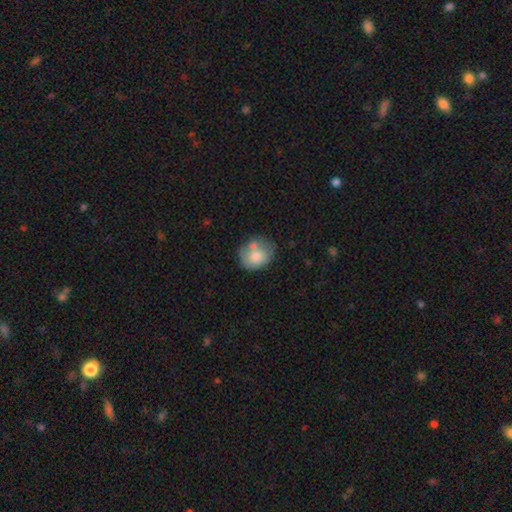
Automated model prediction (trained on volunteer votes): Morphology: type=smooth (73%); roundness=round (55%); merging=none (44%).